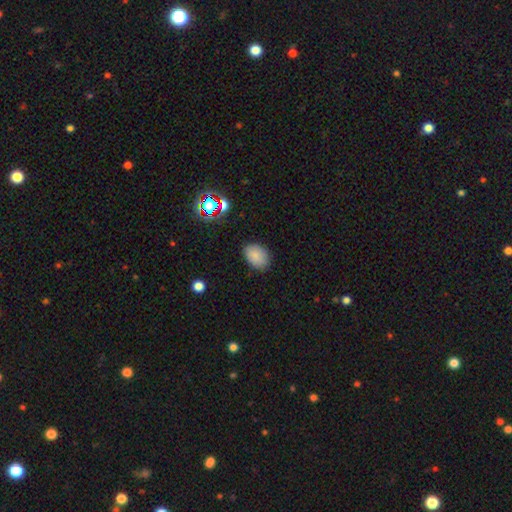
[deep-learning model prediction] smooth 83%, star or artifact 11%, featured or disk 6%. Down the decision tree: how rounded — in between (79%); merging — none (83%).